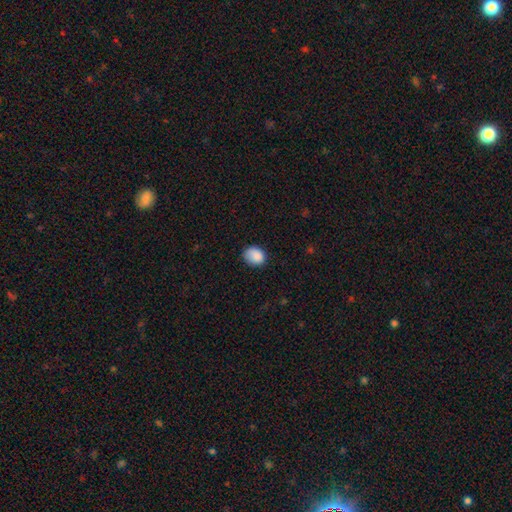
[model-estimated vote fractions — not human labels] Q: Smooth or featured?
A: smooth (87%); runner-up: star or artifact (9%)
Q: How rounded?
A: round (51%); runner-up: in between (48%)
Q: Merging?
A: none (71%); runner-up: minor disturbance (23%)